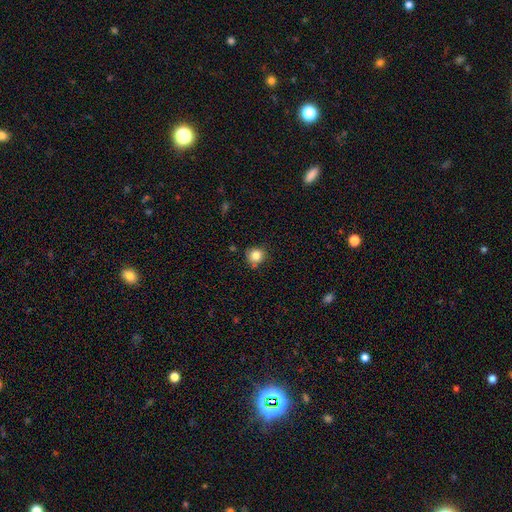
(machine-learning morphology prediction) Smooth or featured? smooth (83%)
How rounded? round (87%)
Merging? none (76%)